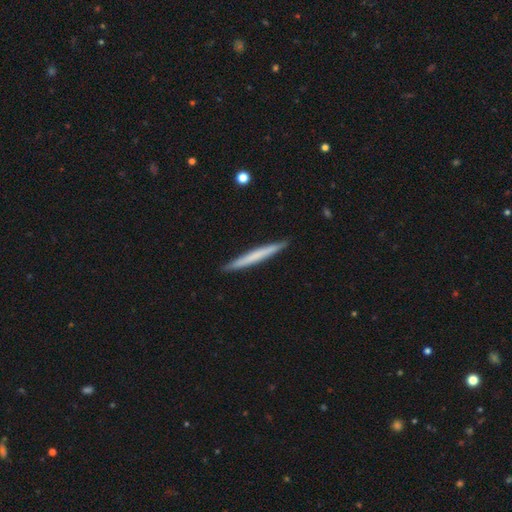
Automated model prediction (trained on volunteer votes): smooth 60%, featured or disk 35%, star or artifact 5%. Down the decision tree: how rounded — cigar-shaped (97%); merging — none (92%).